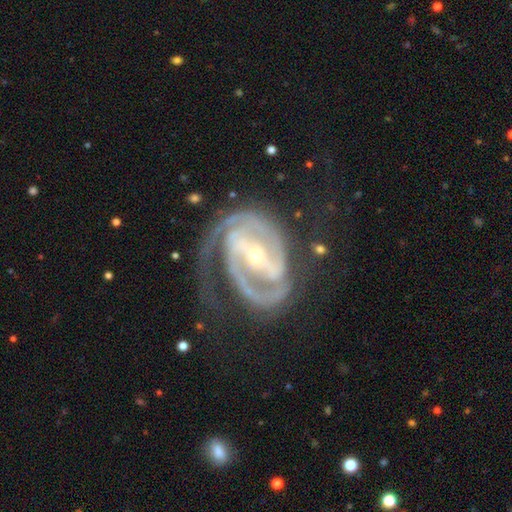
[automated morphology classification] A featured or disk galaxy (93%) with a strong bar (59%), 2 (75%) tight (54%) spiral arms (98%) and a small central bulge (70%).

Vote fractions:
- Smooth or featured? featured or disk: 93% / star or artifact: 4% / smooth: 3%
- Edge-on disk? no: 97% / yes: 3%
- Bar? strong: 59% / weak: 29% / no: 13%
- Spiral arms? yes: 98% / no: 2%
- Spiral winding? tight: 54% / medium: 38% / loose: 7%
- Spiral arm count? 2: 75% / 3: 10% / can't tell: 6% / 1: 4% / 4: 3% / more than 4: 2%
- Bulge size? small: 70% / moderate: 27% / large: 1% / none: 1% / dominant: 1%
- Merging? none: 53% / major disturbance: 23% / minor disturbance: 21% / merger: 2%